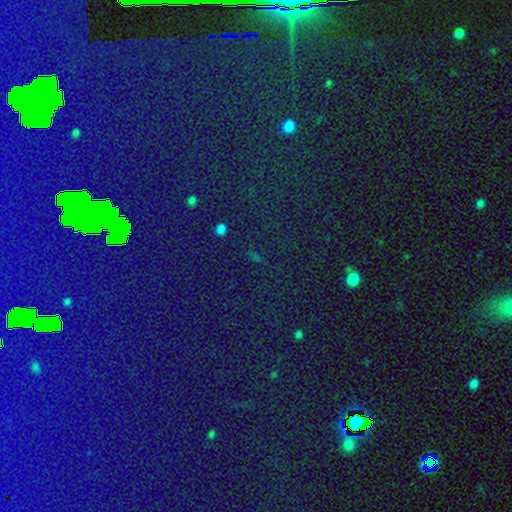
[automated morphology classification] Smooth or featured? Predicted: star or artifact (p=0.82).